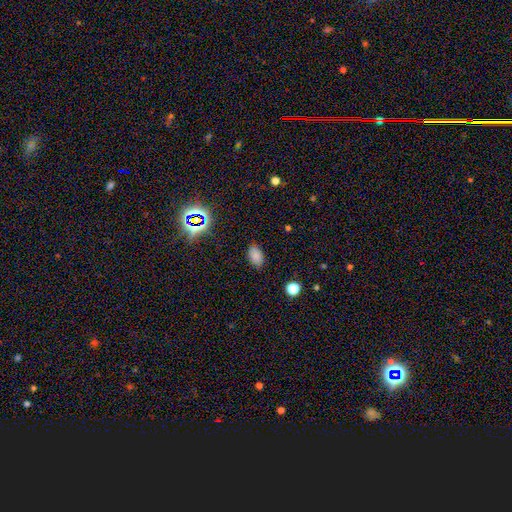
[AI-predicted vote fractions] Q: Smooth or featured?
A: smooth (80%); runner-up: star or artifact (15%)
Q: How rounded?
A: in between (91%); runner-up: round (7%)
Q: Merging?
A: none (84%); runner-up: minor disturbance (12%)